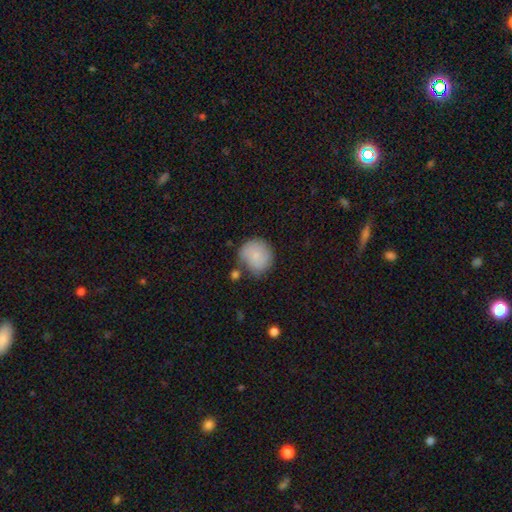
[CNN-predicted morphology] smooth_or_featured: smooth (p=0.79) [alt: featured or disk p=0.14]
how_rounded: round (p=0.86) [alt: in between p=0.13]
merging: none (p=0.60) [alt: minor disturbance p=0.24]